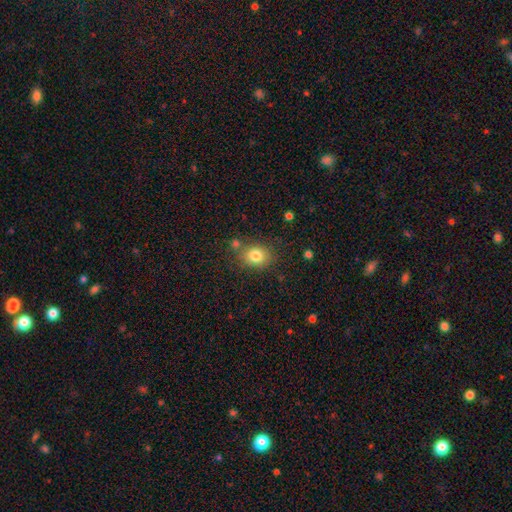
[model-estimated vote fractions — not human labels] This is clearly a smooth galaxy (81%). How rounded: possibly round (53%). Merging: likely none (75%).